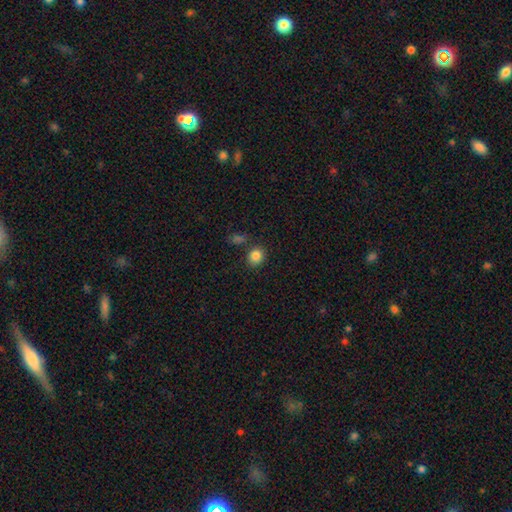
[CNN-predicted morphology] Smooth or featured: smooth — 85% (star or artifact — 10%)
How rounded: round — 72% (in between — 27%)
Merging: none — 80% (minor disturbance — 10%)